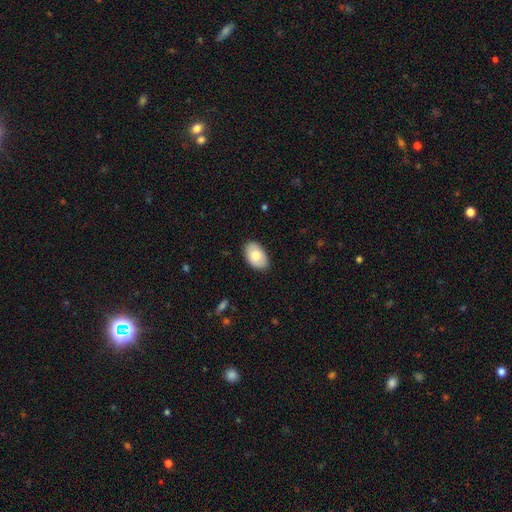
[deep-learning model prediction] Smooth or featured? Predicted: smooth (p=0.77). How rounded? Predicted: in between (p=0.92). Merging? Predicted: none (p=0.85).